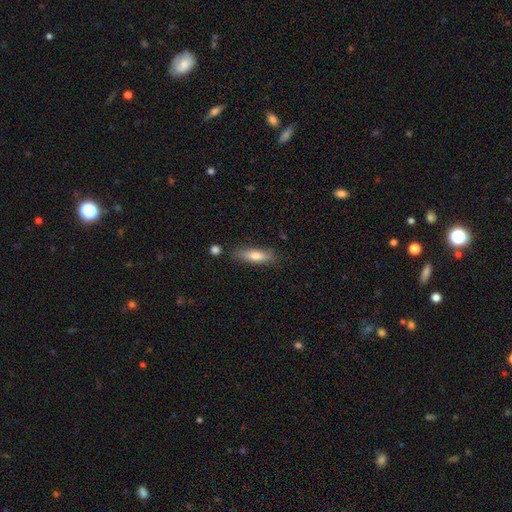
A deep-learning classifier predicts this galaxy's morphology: Smooth or featured? Predicted: smooth (p=0.70). How rounded? Predicted: cigar-shaped (p=0.58). Merging? Predicted: none (p=0.81).